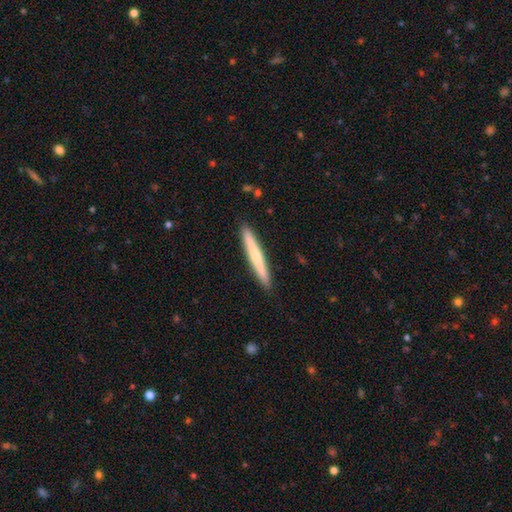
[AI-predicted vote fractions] smooth 58%, featured or disk 37%, star or artifact 5%. Down the decision tree: how rounded — cigar-shaped (96%); merging — none (92%).